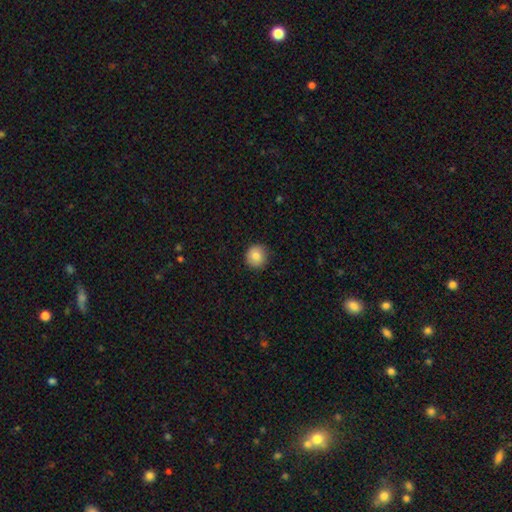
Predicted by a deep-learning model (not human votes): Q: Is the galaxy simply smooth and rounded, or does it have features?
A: smooth — 84%.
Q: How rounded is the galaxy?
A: round — 92%.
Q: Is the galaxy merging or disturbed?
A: none — 88%.